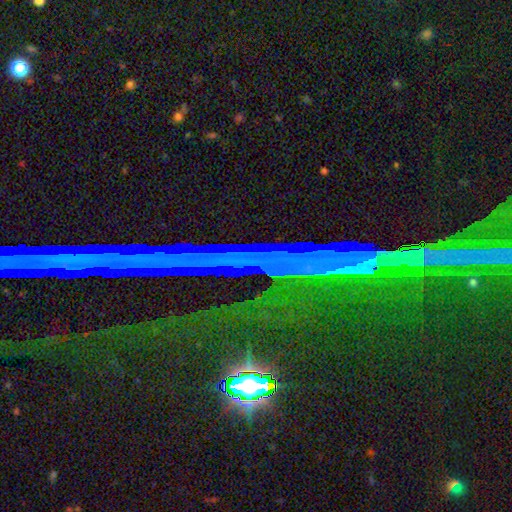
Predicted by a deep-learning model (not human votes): Overall: star or artifact (82%).